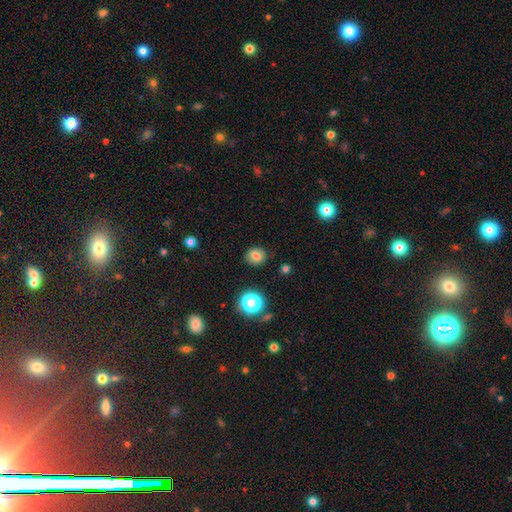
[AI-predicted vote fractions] A smooth galaxy with no disk features (75%) that is round (70%).

Vote fractions:
- Smooth or featured? smooth: 75% / star or artifact: 13% / featured or disk: 12%
- How rounded? round: 70% / in between: 29% / cigar-shaped: 1%
- Merging? none: 85% / minor disturbance: 10% / major disturbance: 3% / merger: 2%